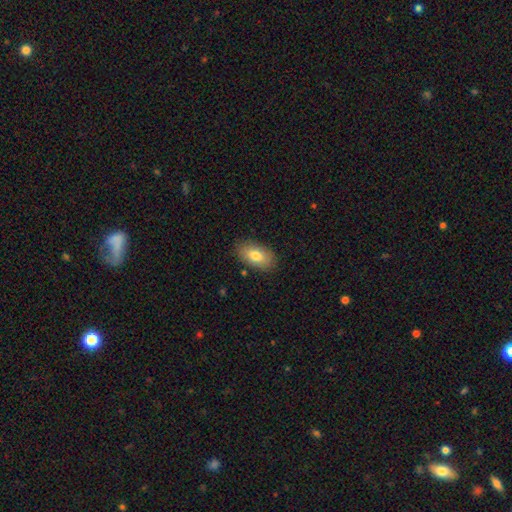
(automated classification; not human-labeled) smooth_or_featured: smooth (p=0.78) [alt: featured or disk p=0.15]
how_rounded: in between (p=0.92) [alt: round p=0.05]
merging: none (p=0.85) [alt: minor disturbance p=0.12]